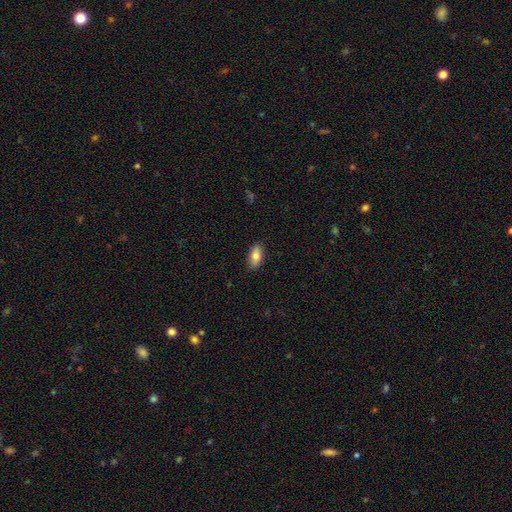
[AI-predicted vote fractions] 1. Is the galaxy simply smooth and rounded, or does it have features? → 81% smooth, 12% featured or disk, 7% star or artifact.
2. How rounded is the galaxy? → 88% in between, 9% cigar-shaped, 3% round.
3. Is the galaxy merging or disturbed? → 87% none, 10% minor disturbance, 2% major disturbance, 1% merger.